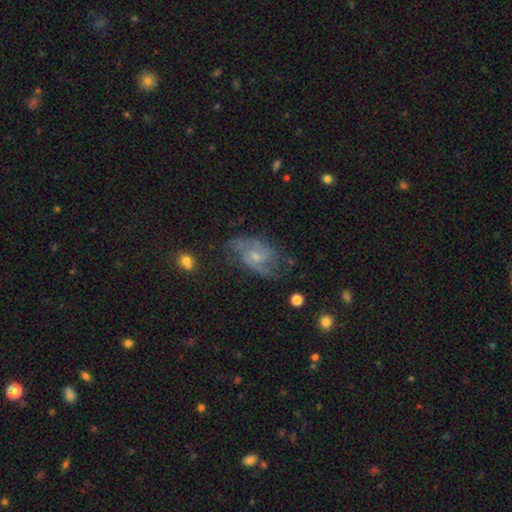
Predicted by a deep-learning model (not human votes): Smooth or featured? Predicted: featured or disk (p=0.75). Edge-on disk? Predicted: no (p=0.96). Bar? Predicted: no (p=0.55). Spiral arms? Predicted: yes (p=0.89). Spiral winding? Predicted: medium (p=0.48). Spiral arm count? Predicted: 2 (p=0.62). Bulge size? Predicted: small (p=0.62). Merging? Predicted: none (p=0.59).